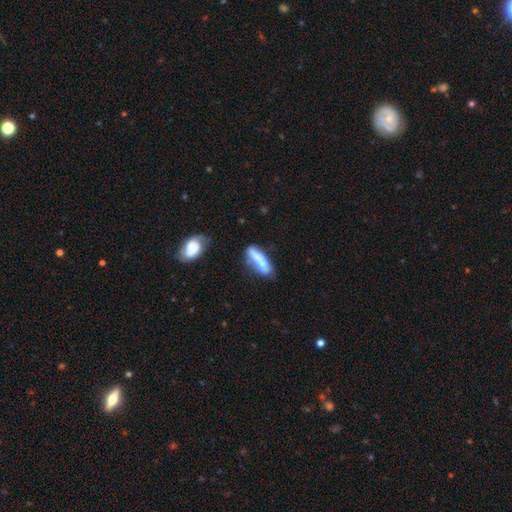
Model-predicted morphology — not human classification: type=smooth (67%); roundness=cigar-shaped (61%); merging=none (49%).